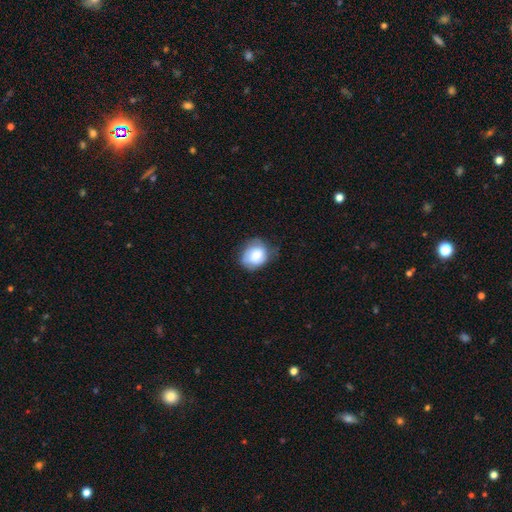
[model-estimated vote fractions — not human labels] smooth 60%, featured or disk 33%, star or artifact 8%. Down the decision tree: how rounded — round (53%); merging — none (57%).